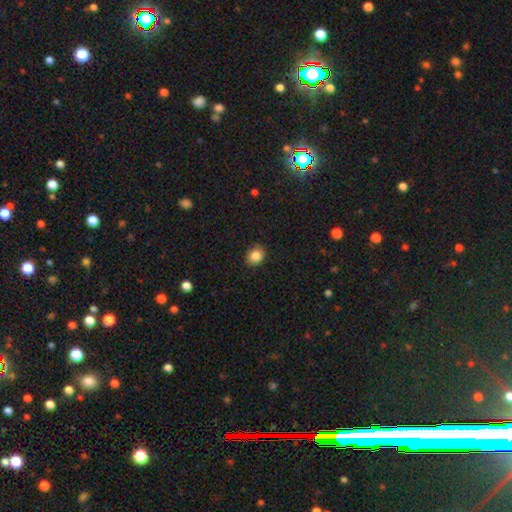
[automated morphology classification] This is clearly a smooth galaxy (85%). How rounded: likely round (61%). Merging: clearly none (89%).